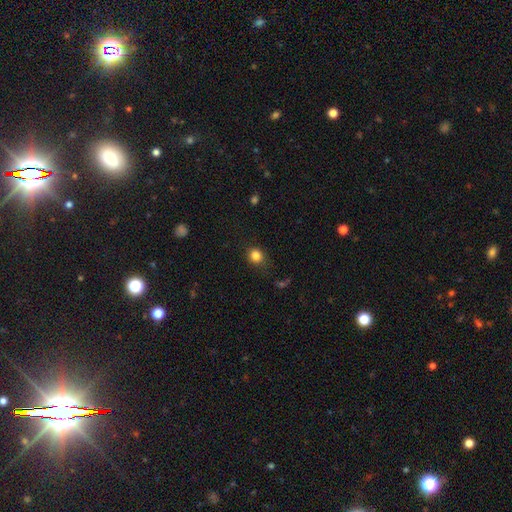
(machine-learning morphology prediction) Q: Smooth or featured?
A: smooth (84%); runner-up: star or artifact (12%)
Q: How rounded?
A: round (78%); runner-up: in between (21%)
Q: Merging?
A: none (80%); runner-up: minor disturbance (15%)